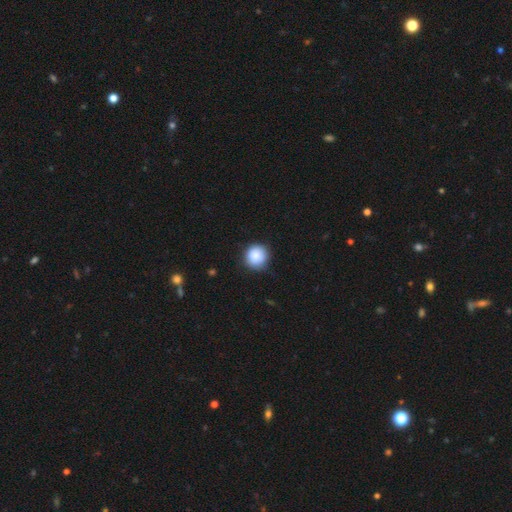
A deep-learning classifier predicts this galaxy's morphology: Q: Smooth or featured?
A: smooth (89%); runner-up: star or artifact (8%)
Q: How rounded?
A: round (94%); runner-up: in between (5%)
Q: Merging?
A: none (86%); runner-up: minor disturbance (11%)